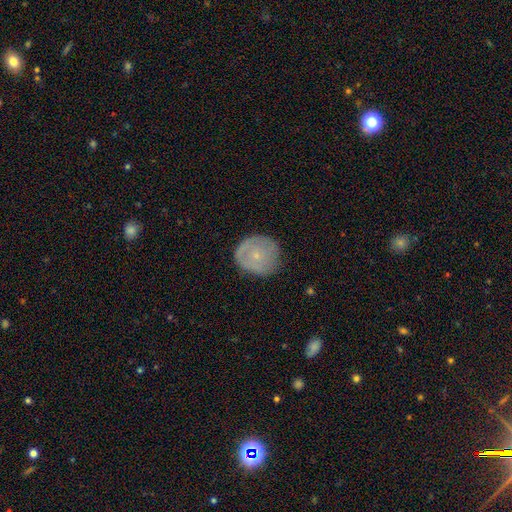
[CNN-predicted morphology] Overall: smooth (55%; featured or disk 37%). How rounded: round (85%). Merging: none (75%).